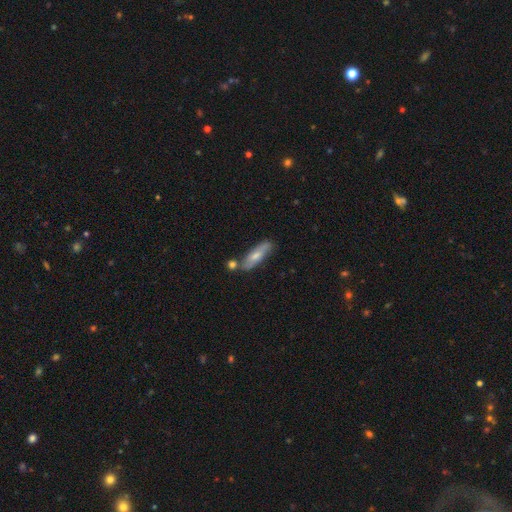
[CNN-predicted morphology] smooth 62%, featured or disk 32%, star or artifact 6%. Down the decision tree: how rounded — cigar-shaped (60%); merging — none (68%).